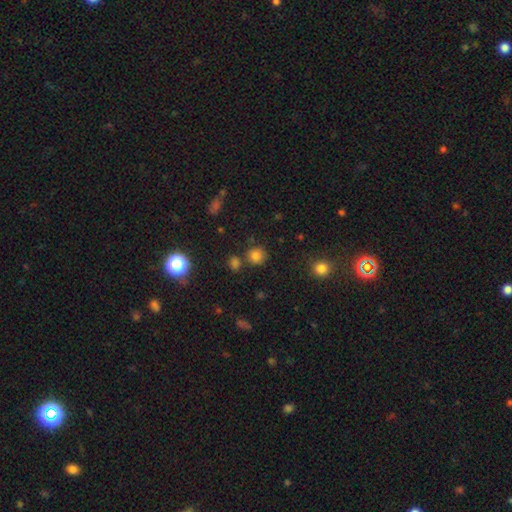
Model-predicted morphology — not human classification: A smooth galaxy with no disk features (79%) that is round (89%). Merging: none (75%).